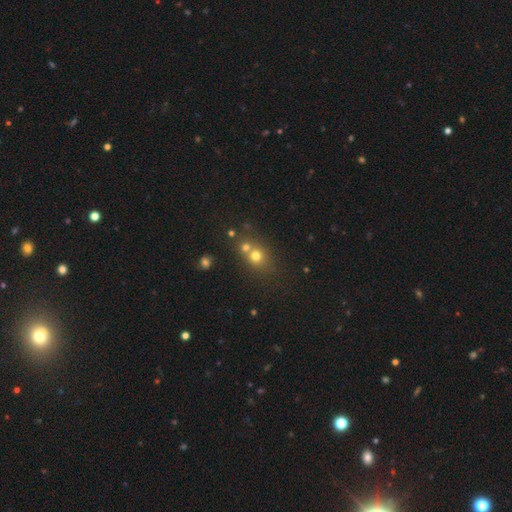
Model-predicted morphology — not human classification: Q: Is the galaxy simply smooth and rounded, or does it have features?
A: smooth — 70%.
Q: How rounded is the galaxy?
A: round — 77%.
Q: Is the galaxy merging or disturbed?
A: none — 47%.